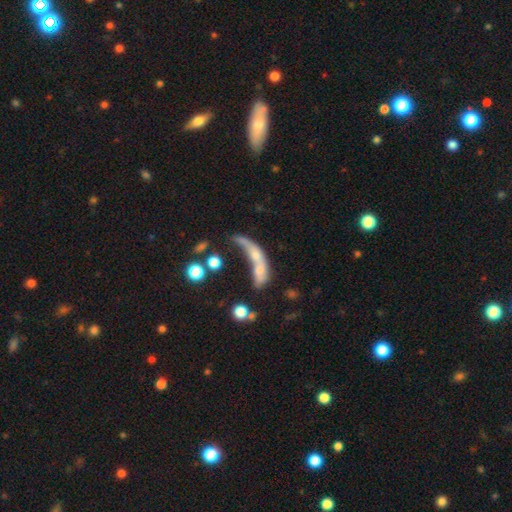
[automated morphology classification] This is marginally a featured or disk galaxy (44%). Merging: possibly merger (51%).